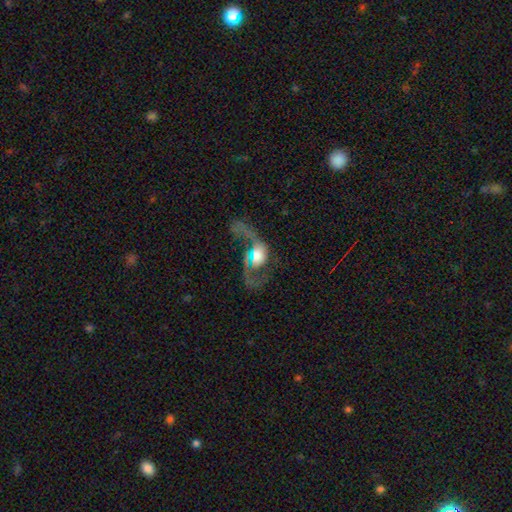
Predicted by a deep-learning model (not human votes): Q: Smooth or featured?
A: featured or disk (69%); runner-up: smooth (22%)
Q: Edge-on disk?
A: no (95%); runner-up: yes (5%)
Q: Bar?
A: no (66%); runner-up: weak (24%)
Q: Spiral arms?
A: yes (78%); runner-up: no (22%)
Q: Spiral winding?
A: loose (65%); runner-up: medium (27%)
Q: Spiral arm count?
A: 2 (71%); runner-up: 1 (19%)
Q: Bulge size?
A: large (40%); runner-up: moderate (30%)
Q: Merging?
A: major disturbance (49%); runner-up: none (28%)